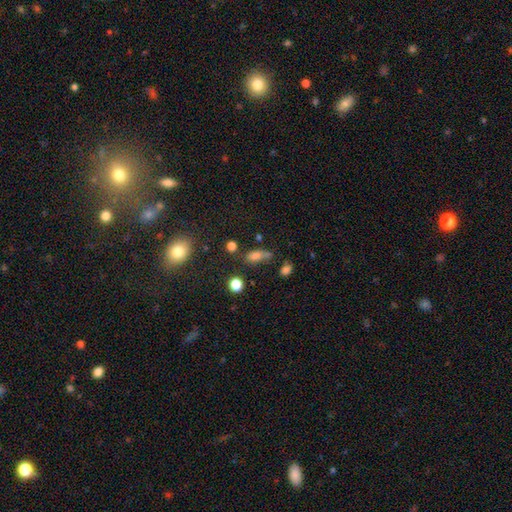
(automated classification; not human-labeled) A smooth galaxy with no disk features (61%) that is in between round and cigar-shaped (67%).

Vote fractions:
- Smooth or featured? smooth: 61% / star or artifact: 24% / featured or disk: 15%
- How rounded? in between: 67% / cigar-shaped: 18% / round: 15%
- Merging? none: 61% / minor disturbance: 18% / merger: 11% / major disturbance: 9%